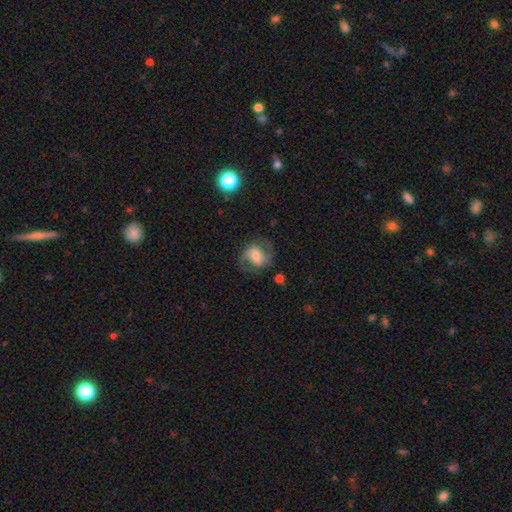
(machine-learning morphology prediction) smooth_or_featured: featured or disk (p=0.69) [alt: smooth p=0.24]
disk_edge_on: no (p=0.97) [alt: yes p=0.03]
bar: weak (p=0.41) [alt: no p=0.35]
has_spiral_arms: yes (p=0.90) [alt: no p=0.10]
spiral_winding: medium (p=0.52) [alt: loose p=0.31]
spiral_arm_count: 2 (p=0.87) [alt: can't tell p=0.06]
bulge_size: moderate (p=0.51) [alt: small p=0.31]
merging: none (p=0.69) [alt: minor disturbance p=0.17]